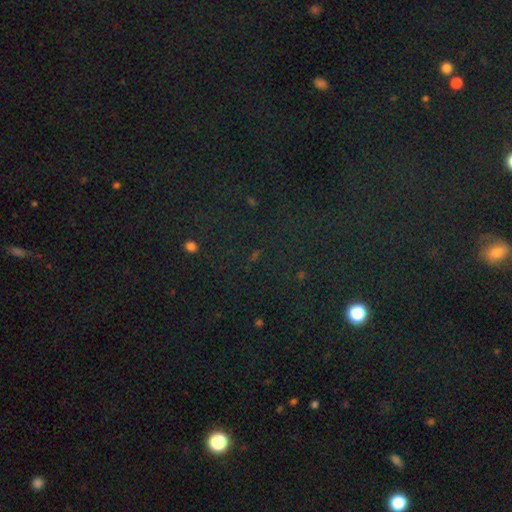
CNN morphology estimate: Smooth or featured?
  - star or artifact: 76% *
  - smooth: 15%
  - featured or disk: 8%